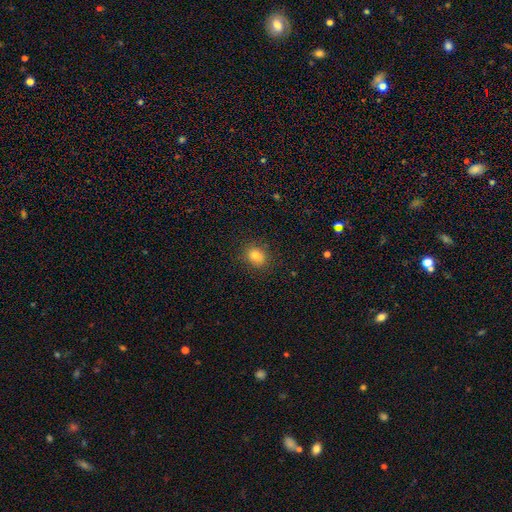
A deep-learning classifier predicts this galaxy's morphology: Q: Smooth or featured?
A: smooth (81%); runner-up: star or artifact (12%)
Q: How rounded?
A: round (62%); runner-up: in between (37%)
Q: Merging?
A: none (87%); runner-up: minor disturbance (9%)